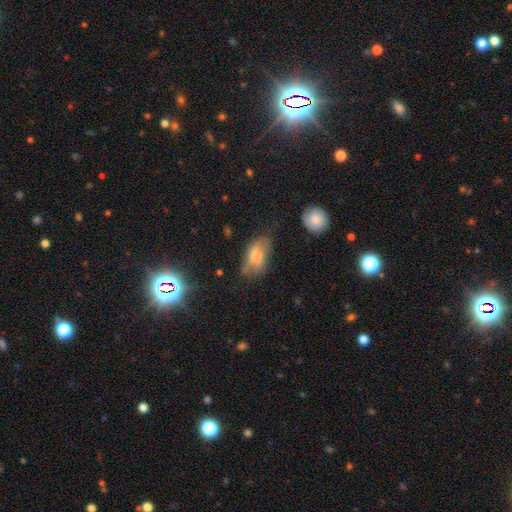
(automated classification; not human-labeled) This appears to be a smooth galaxy with no disk features (60%) that is in between round and cigar-shaped (91%). Merging: none (41%).